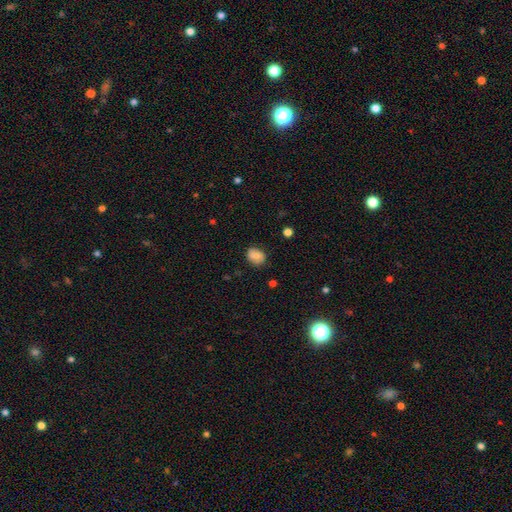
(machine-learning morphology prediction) Q: Smooth or featured?
A: smooth (76%); runner-up: featured or disk (15%)
Q: How rounded?
A: in between (54%); runner-up: round (45%)
Q: Merging?
A: none (77%); runner-up: minor disturbance (18%)